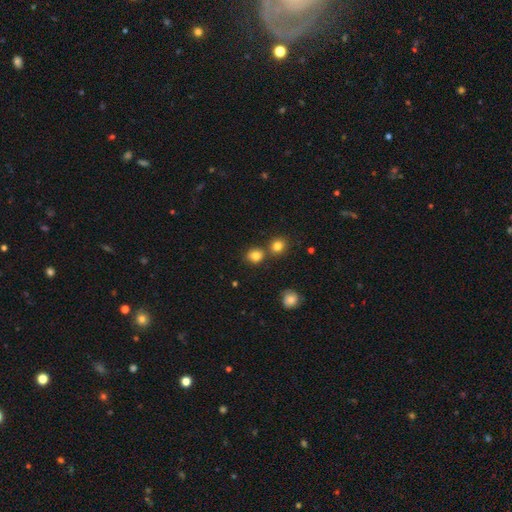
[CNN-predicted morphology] This is clearly a smooth galaxy (81%). How rounded: likely round (75%). Merging: likely none (66%).